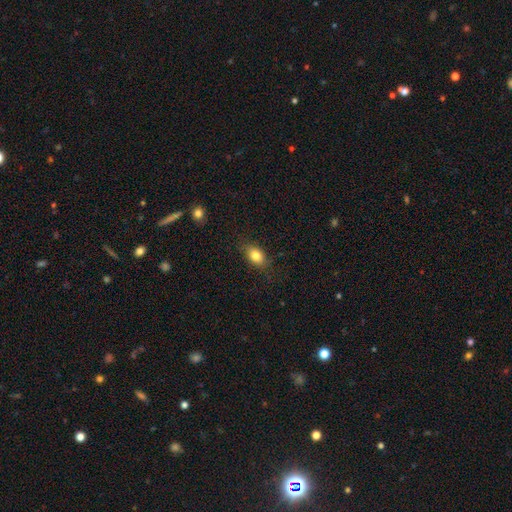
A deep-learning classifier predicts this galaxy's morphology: This appears to be a smooth galaxy with no disk features (82%) that is in between round and cigar-shaped (83%). Merging: none (82%).